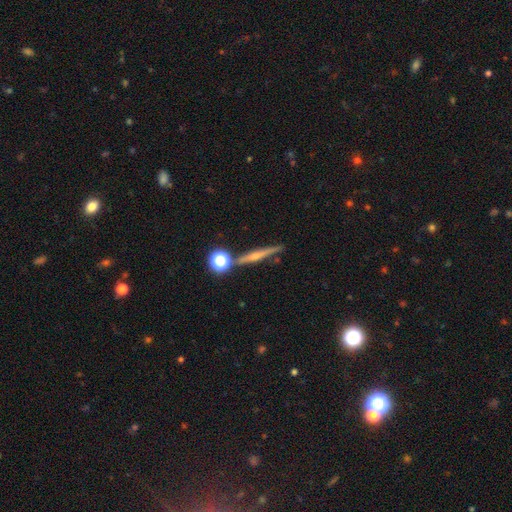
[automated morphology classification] This appears to be a featured or disk galaxy (57%) viewed edge-on (95%) with a rounded central bulge (64%). Merging: none (81%).